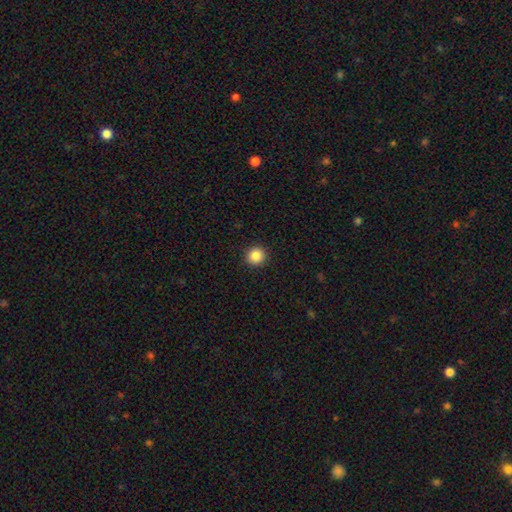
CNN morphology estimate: A smooth galaxy with no disk features (87%) that is round (94%). Merging: none (92%).